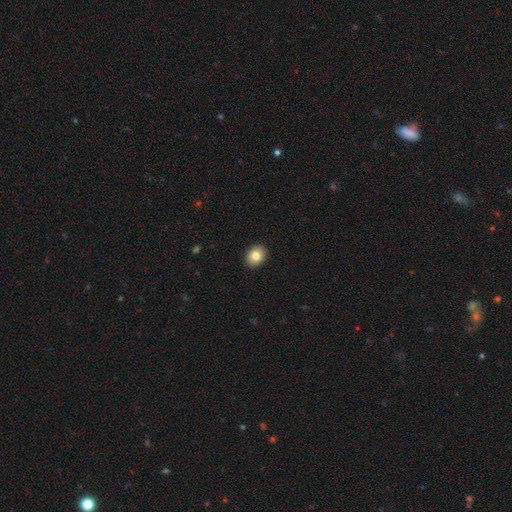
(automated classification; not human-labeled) A smooth galaxy with no disk features (82%) that is in between round and cigar-shaped (54%).

Vote fractions:
- Smooth or featured? smooth: 82% / featured or disk: 9% / star or artifact: 8%
- How rounded? in between: 54% / round: 45% / cigar-shaped: 1%
- Merging? none: 91% / minor disturbance: 6% / major disturbance: 2% / merger: 1%